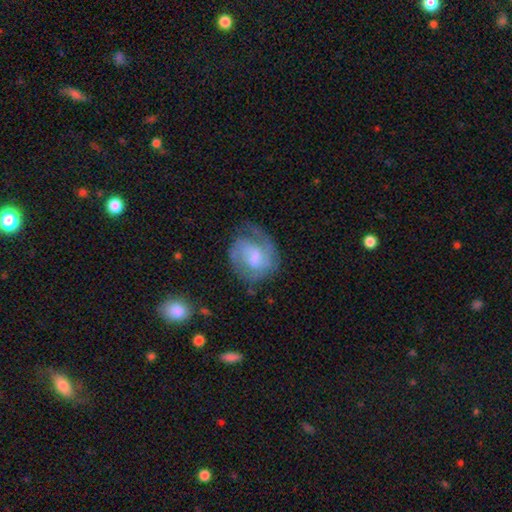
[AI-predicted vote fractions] Overall: featured or disk (64%; smooth 29%). Edge-on disk: no (97%). Bar: weak (49%; no 40%). Spiral arms: yes (84%). Spiral arm count: 2 (48%; 1 24%). Spiral winding: medium (41%; tight 40%). Bulge size: moderate (37%; small 28%). Merging: none (53%; minor disturbance 25%).